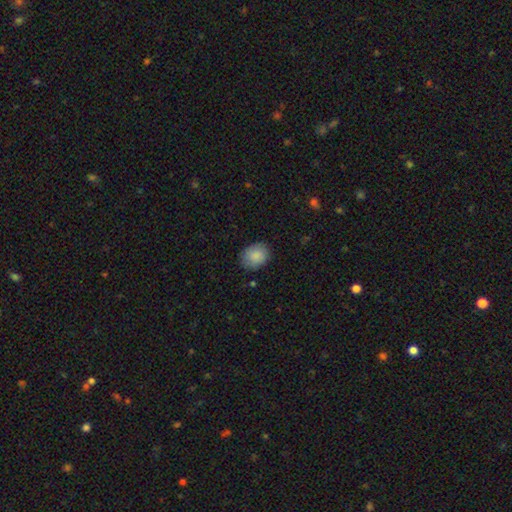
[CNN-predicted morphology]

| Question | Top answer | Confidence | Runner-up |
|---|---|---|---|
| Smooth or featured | smooth | 87% | star or artifact (7%) |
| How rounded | in between | 50% | round (49%) |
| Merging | none | 80% | minor disturbance (16%) |